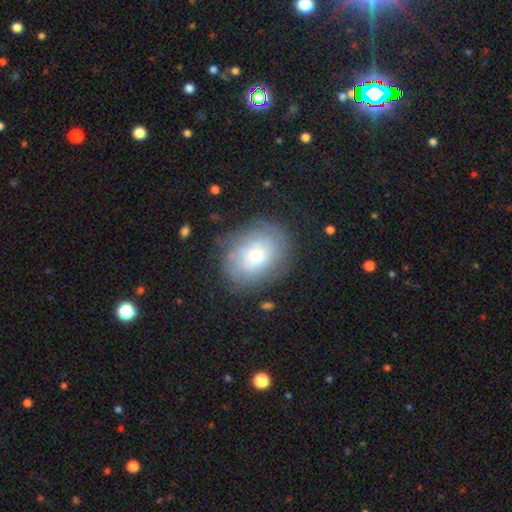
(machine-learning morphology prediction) smooth-or-featured: featured or disk: 55% | smooth: 36% | star or artifact: 9%
  disk-edge-on: no: 95% | yes: 5%
    bar: no: 84% | weak: 14% | strong: 3%
    has-spiral-arms: yes: 66% | no: 34%
    bulge-size: moderate: 53% | small: 41% | large: 4% | dominant: 1% | none: 1%
  merging: none: 72% | minor disturbance: 18% | major disturbance: 8% | merger: 2%